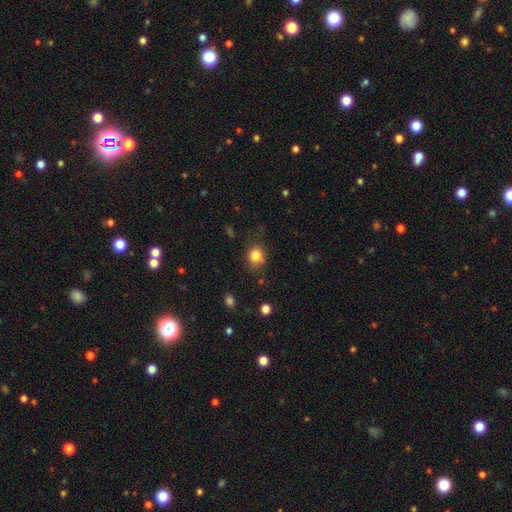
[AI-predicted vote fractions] Smooth or featured: smooth — 82% (star or artifact — 11%)
How rounded: round — 66% (in between — 33%)
Merging: none — 72% (minor disturbance — 18%)